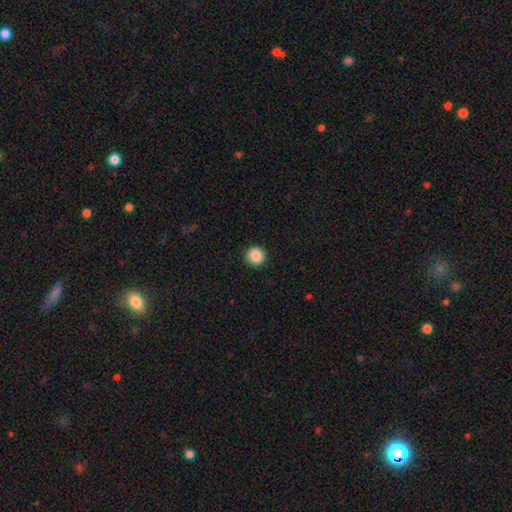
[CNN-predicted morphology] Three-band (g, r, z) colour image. It shows a smooth galaxy with no disk features (88%) that is round (95%). Merging: none (93%).